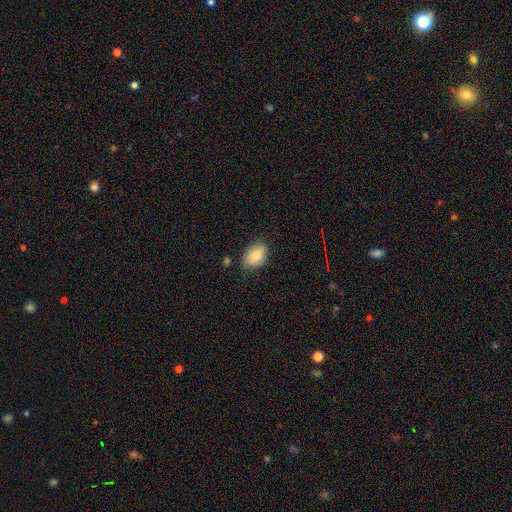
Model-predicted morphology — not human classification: Overall: smooth (83%). How rounded: in between (82%). Merging: none (75%).